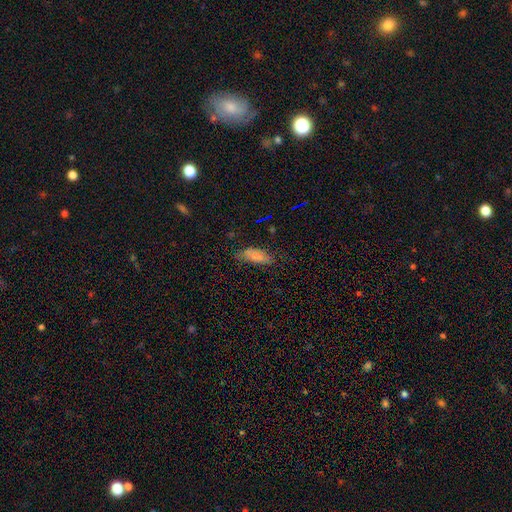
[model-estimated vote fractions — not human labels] This appears to be a smooth galaxy with no disk features (79%) that is in between round and cigar-shaped (72%). Merging: none (64%).